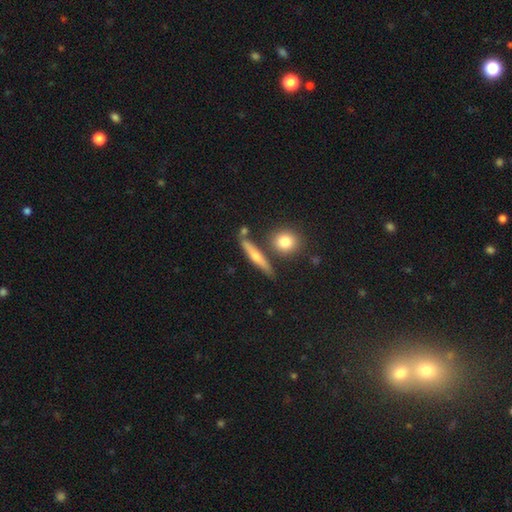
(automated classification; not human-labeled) Q: Smooth or featured?
A: smooth (51%); runner-up: featured or disk (41%)
Q: How rounded?
A: cigar-shaped (78%); runner-up: in between (13%)
Q: Merging?
A: none (76%); runner-up: minor disturbance (11%)